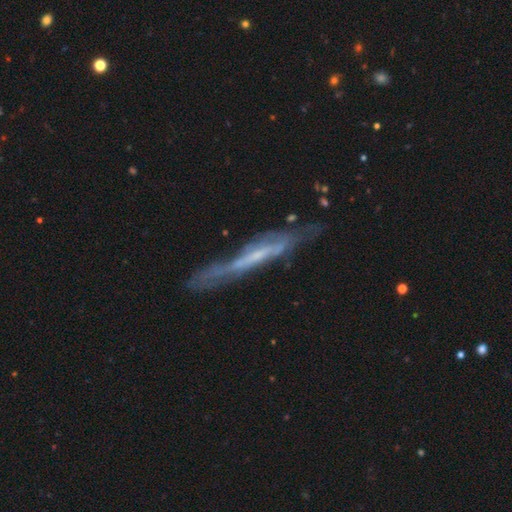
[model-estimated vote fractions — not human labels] The model was most divided on "merging": none: 57%, minor disturbance: 25%, major disturbance: 14%, merger: 4%. More confident: edge-on disk — yes (72%); smooth or featured — featured or disk (71%); edge-on bulge — none (69%).